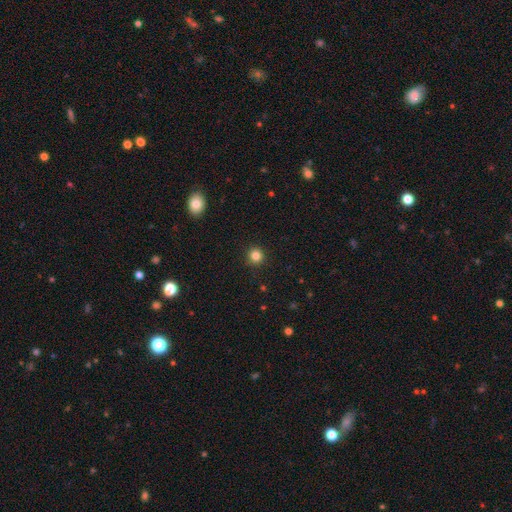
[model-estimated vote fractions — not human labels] smooth_or_featured: smooth (p=0.83) [alt: star or artifact p=0.12]
how_rounded: round (p=0.94) [alt: in between p=0.05]
merging: none (p=0.92) [alt: minor disturbance p=0.05]